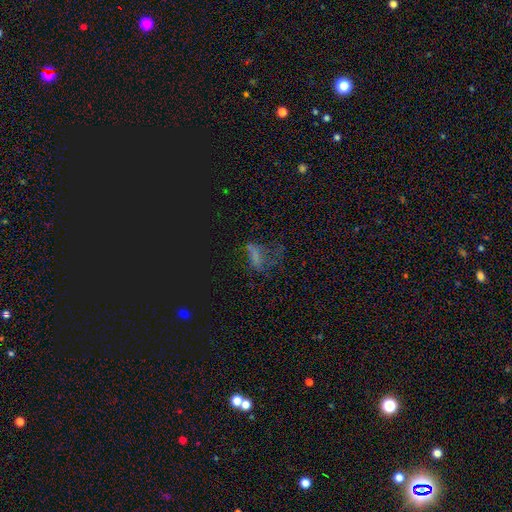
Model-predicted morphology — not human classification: This is marginally a star or artifact rather than a galaxy (39%).